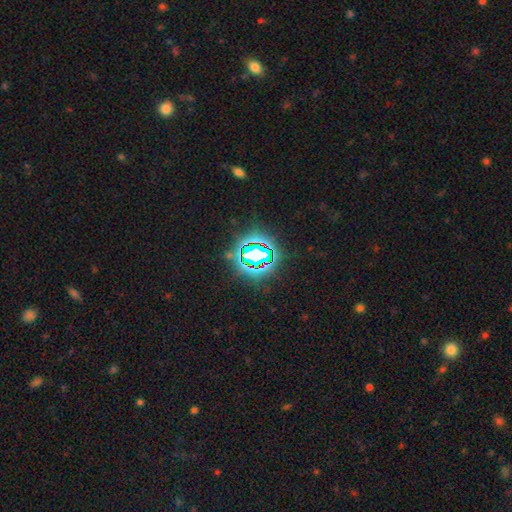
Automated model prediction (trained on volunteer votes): Smooth or featured? star or artifact (75%)